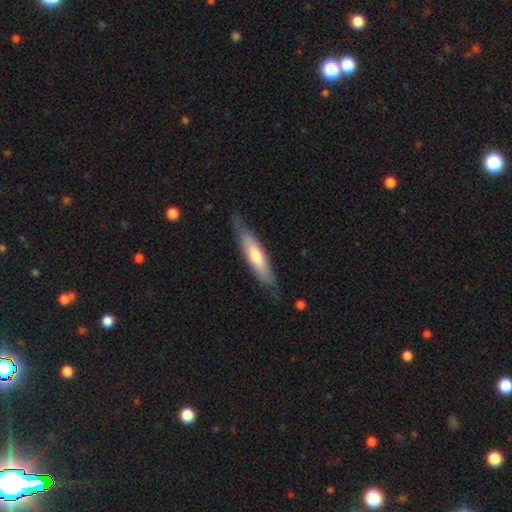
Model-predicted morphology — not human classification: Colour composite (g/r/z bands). It shows a smooth galaxy with no disk features (55%) that is cigar-shaped (73%). Merging: none (70%).